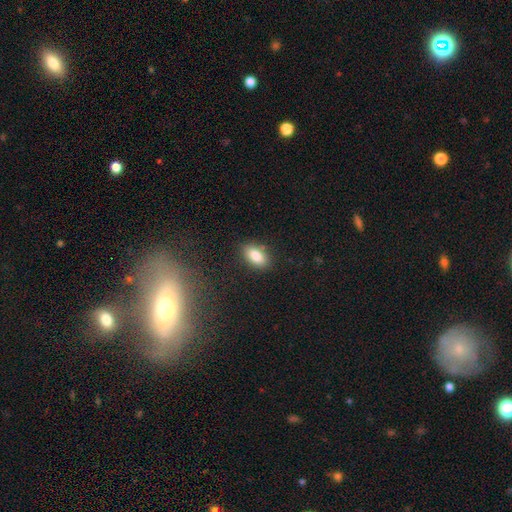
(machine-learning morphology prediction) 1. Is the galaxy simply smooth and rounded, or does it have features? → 85% smooth, 8% star or artifact, 7% featured or disk.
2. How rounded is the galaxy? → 91% in between, 5% round, 4% cigar-shaped.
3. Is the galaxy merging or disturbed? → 84% none, 11% minor disturbance, 3% major disturbance, 2% merger.